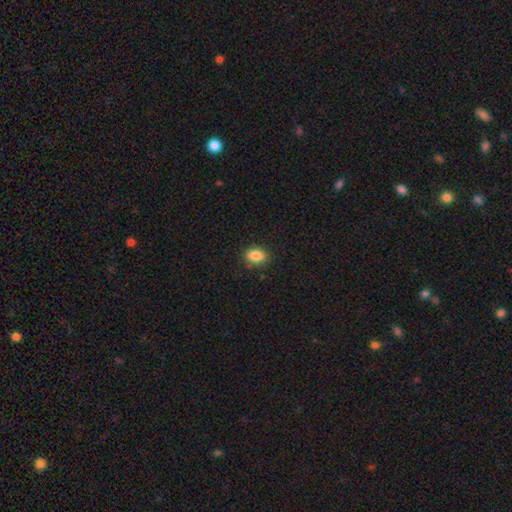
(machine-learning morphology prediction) Q: Smooth or featured?
A: smooth (87%); runner-up: star or artifact (9%)
Q: How rounded?
A: in between (80%); runner-up: round (18%)
Q: Merging?
A: none (88%); runner-up: minor disturbance (9%)